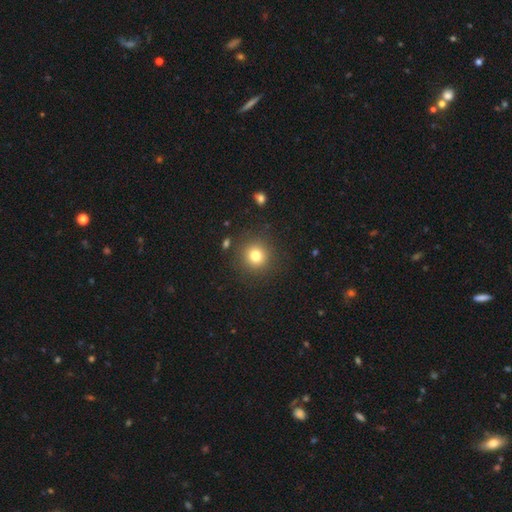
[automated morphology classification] Smooth or featured: smooth — 79% (star or artifact — 13%)
How rounded: round — 94% (in between — 5%)
Merging: none — 89% (minor disturbance — 6%)